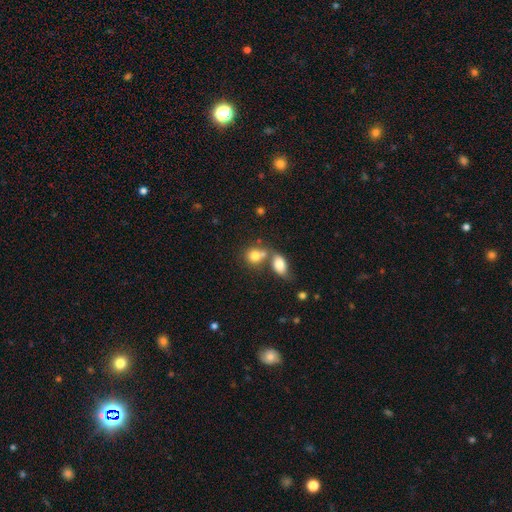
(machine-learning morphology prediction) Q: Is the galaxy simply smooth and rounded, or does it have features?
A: smooth — 79%.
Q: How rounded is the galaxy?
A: round — 56%.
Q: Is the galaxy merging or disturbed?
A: merger — 50%.